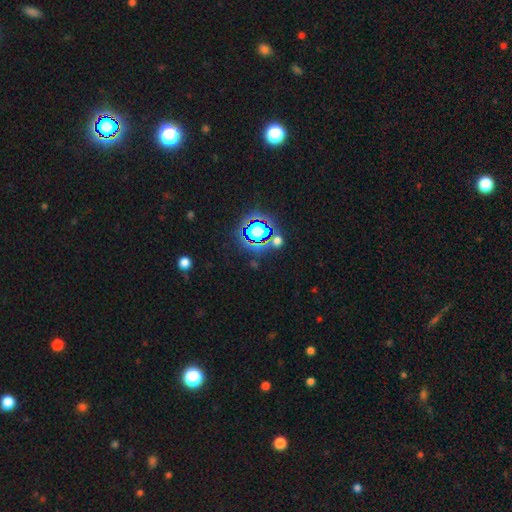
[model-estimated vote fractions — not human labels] Overall: star or artifact (80%).